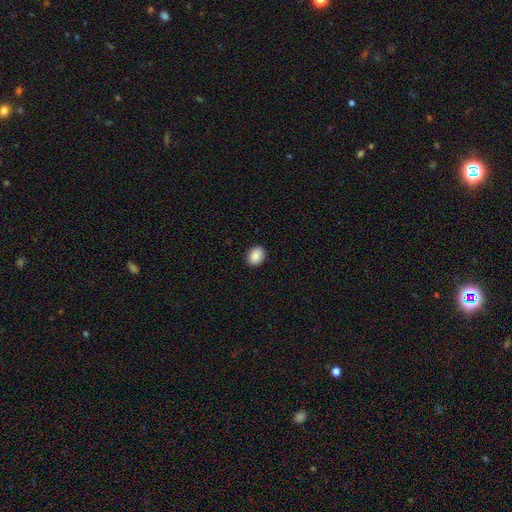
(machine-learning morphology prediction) A smooth galaxy with no disk features (90%) that is in between round and cigar-shaped (65%). Merging: none (91%).